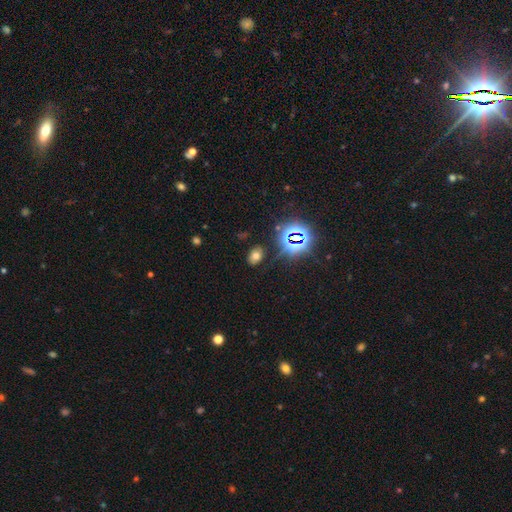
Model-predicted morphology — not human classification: The model was most divided on "smooth or featured": smooth: 59%, star or artifact: 30%, featured or disk: 11%. More confident: merging — none (82%); how rounded — in between (78%).